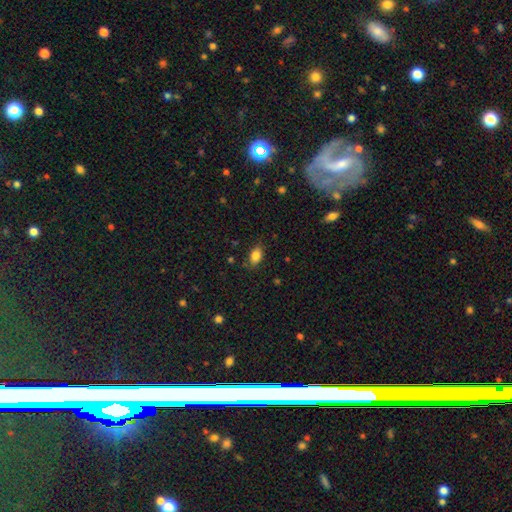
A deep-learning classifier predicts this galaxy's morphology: Smooth or featured? smooth (83%)
How rounded? in between (87%)
Merging? none (78%)